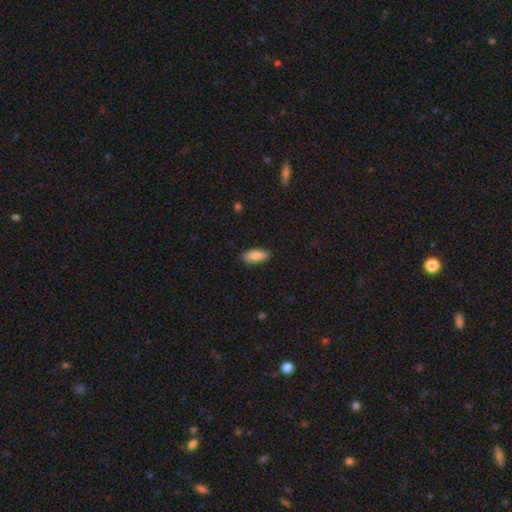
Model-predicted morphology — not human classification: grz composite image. It shows a smooth galaxy with no disk features (87%) that is in between round and cigar-shaped (79%). Merging: none (87%).